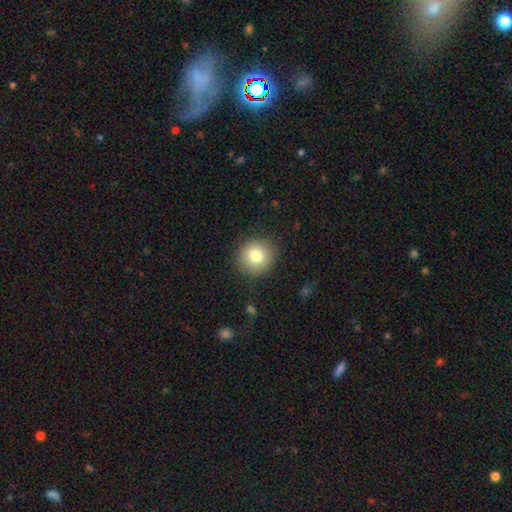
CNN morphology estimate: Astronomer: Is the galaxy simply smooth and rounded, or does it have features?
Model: smooth — 79%.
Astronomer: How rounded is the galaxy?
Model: round — 90%.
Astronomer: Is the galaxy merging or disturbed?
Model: none — 88%.